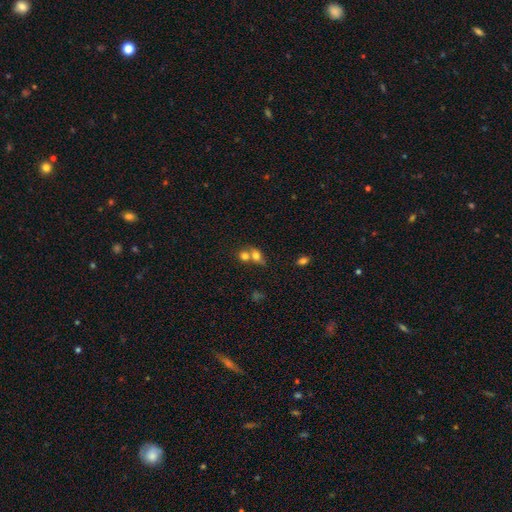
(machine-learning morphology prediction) A smooth galaxy with no disk features (72%) that is round (55%). Merging: merger (58%).